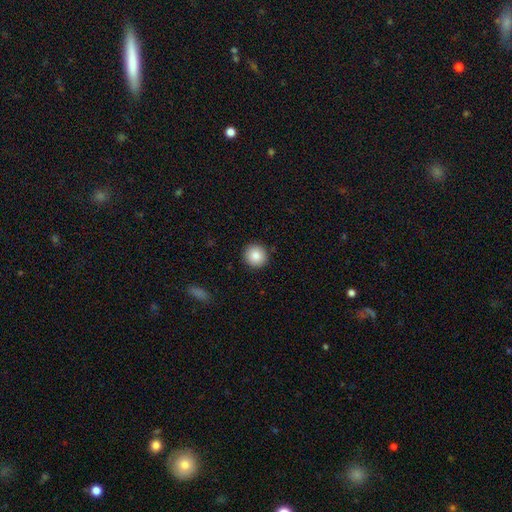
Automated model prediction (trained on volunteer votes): Q: Smooth or featured?
A: smooth (86%); runner-up: star or artifact (8%)
Q: How rounded?
A: round (94%); runner-up: in between (5%)
Q: Merging?
A: none (92%); runner-up: minor disturbance (5%)